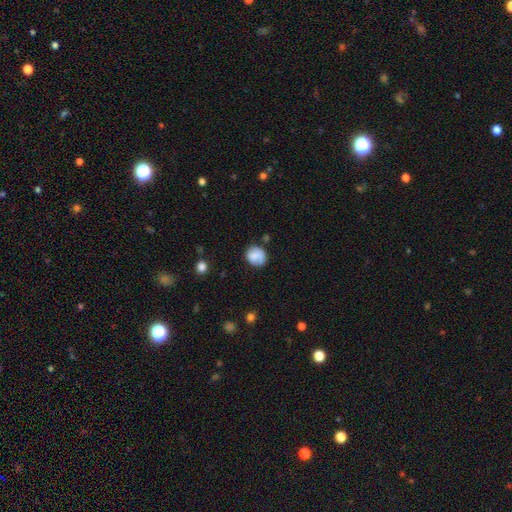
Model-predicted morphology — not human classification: Overall: smooth (75%). How rounded: round (79%). Merging: none (67%).